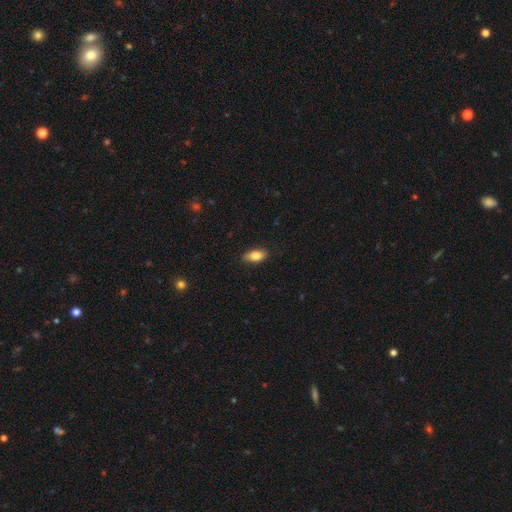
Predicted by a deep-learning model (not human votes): Smooth or featured: smooth — 82% (featured or disk — 11%)
How rounded: in between — 87% (cigar-shaped — 9%)
Merging: none — 86% (minor disturbance — 11%)